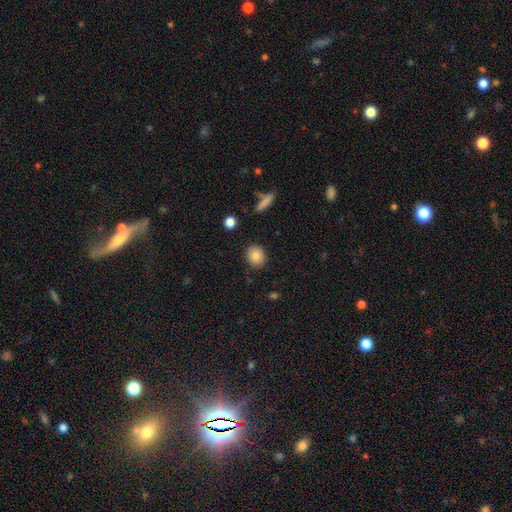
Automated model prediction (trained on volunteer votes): A smooth galaxy with no disk features (84%) that is round (71%). Merging: none (89%).